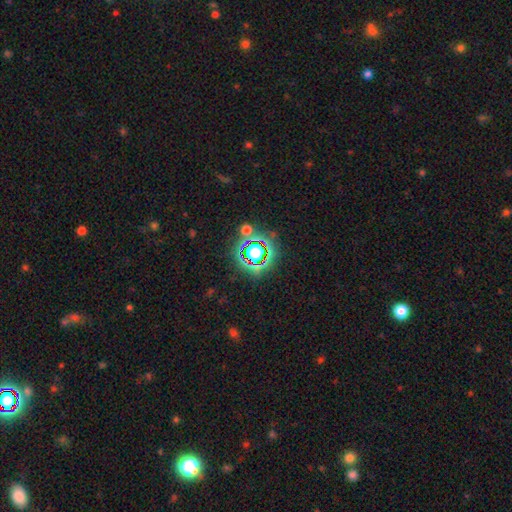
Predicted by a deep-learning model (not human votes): Smooth or featured?
  - star or artifact: 65% *
  - smooth: 24%
  - featured or disk: 11%